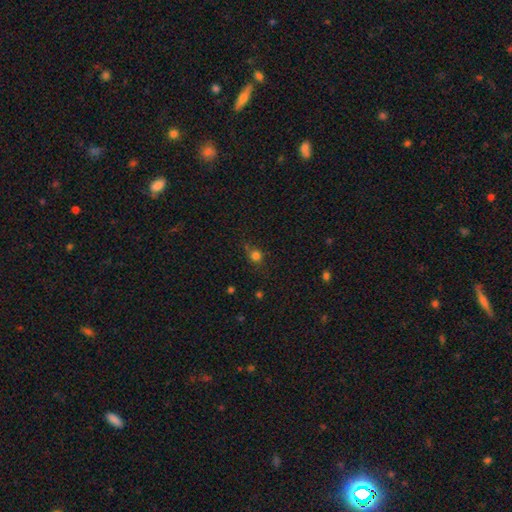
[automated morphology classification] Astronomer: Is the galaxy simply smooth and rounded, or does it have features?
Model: smooth — 77%.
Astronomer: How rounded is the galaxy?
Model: round — 87%.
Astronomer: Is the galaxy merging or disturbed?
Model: none — 73%.